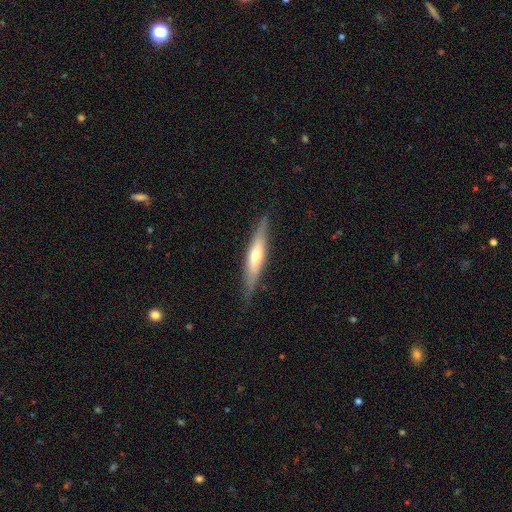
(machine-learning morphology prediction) Overall: smooth (48%; featured or disk 47%). Merging: none (82%).